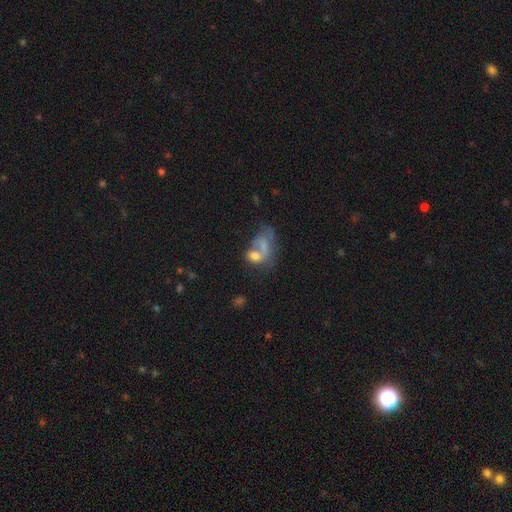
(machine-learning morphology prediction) Smooth or featured? Predicted: smooth (p=0.57). How rounded? Predicted: in between (p=0.72). Merging? Predicted: merger (p=0.54).